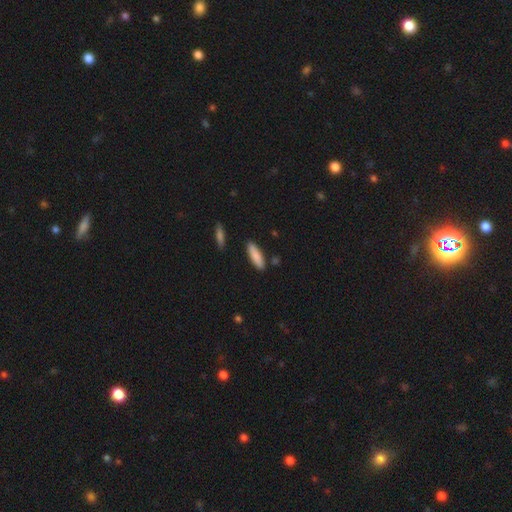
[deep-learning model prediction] smooth 86%, featured or disk 9%, star or artifact 6%. Down the decision tree: how rounded — cigar-shaped (57%); merging — none (86%).